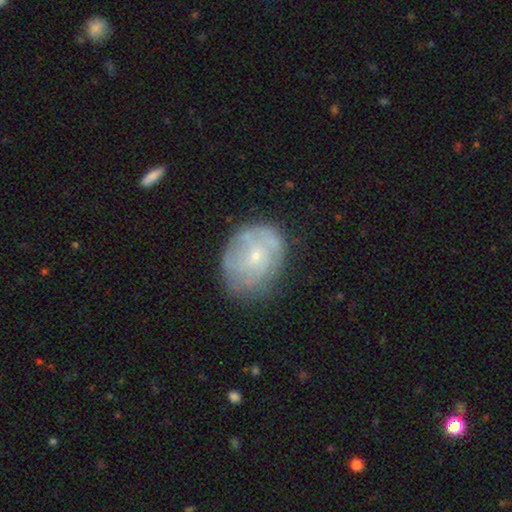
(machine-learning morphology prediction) Overall: featured or disk (57%; smooth 34%). Edge-on disk: no (97%). Bar: no (75%). Spiral arms: yes (60%; no 40%). Bulge size: small (70%). Merging: none (65%).